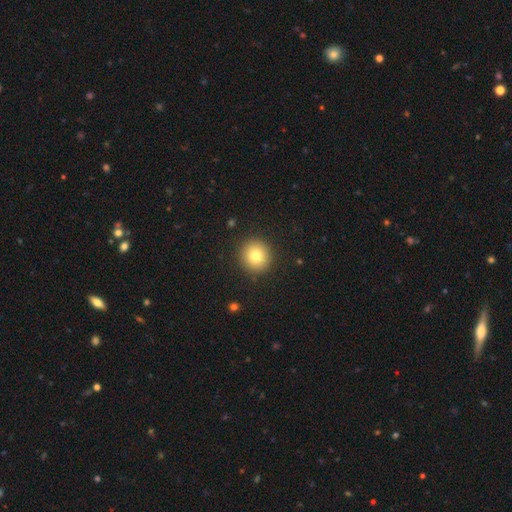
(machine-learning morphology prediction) Overall: smooth (79%). How rounded: round (93%). Merging: none (91%).